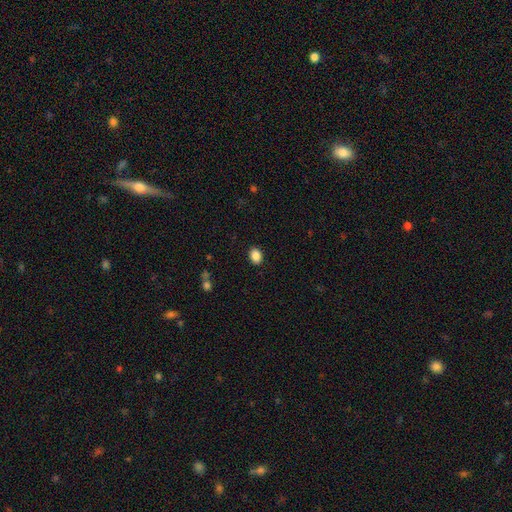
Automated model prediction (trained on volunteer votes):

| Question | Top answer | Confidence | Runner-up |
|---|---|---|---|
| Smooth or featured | smooth | 87% | star or artifact (9%) |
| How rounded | in between | 67% | round (32%) |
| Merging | none | 89% | minor disturbance (8%) |